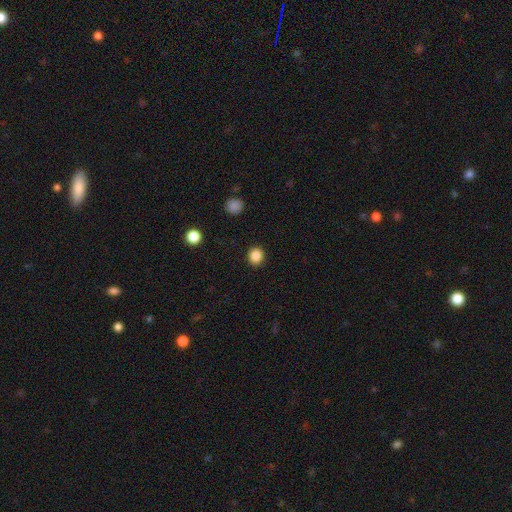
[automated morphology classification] Smooth or featured? Predicted: smooth (p=0.87). How rounded? Predicted: round (p=0.87). Merging? Predicted: none (p=0.91).